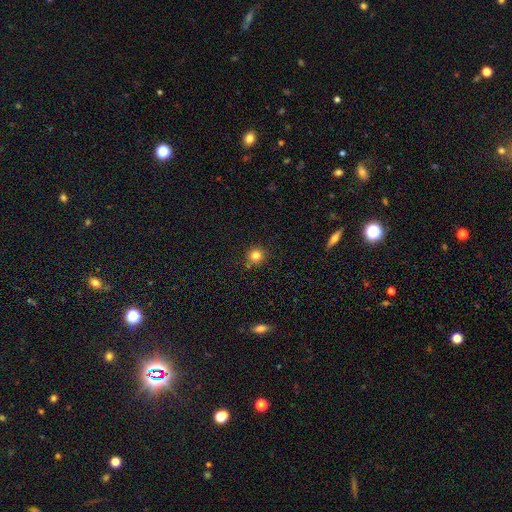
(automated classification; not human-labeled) Smooth or featured? Predicted: smooth (p=0.82). How rounded? Predicted: round (p=0.92). Merging? Predicted: none (p=0.83).